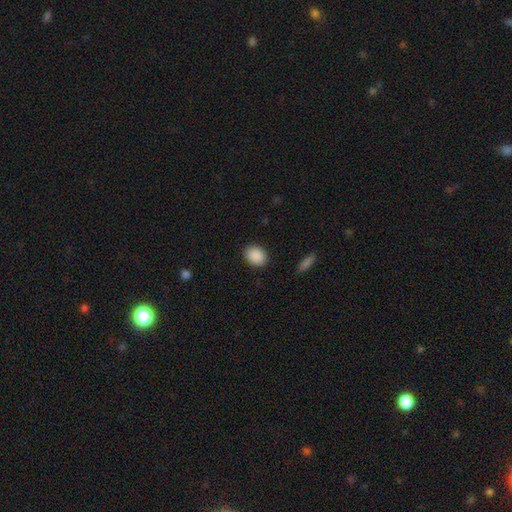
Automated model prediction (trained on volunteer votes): smooth-or-featured: smooth: 90% | star or artifact: 7% | featured or disk: 3%
  how-rounded: in between: 63% | round: 36% | cigar-shaped: 1%
  merging: none: 88% | minor disturbance: 8% | major disturbance: 2% | merger: 1%